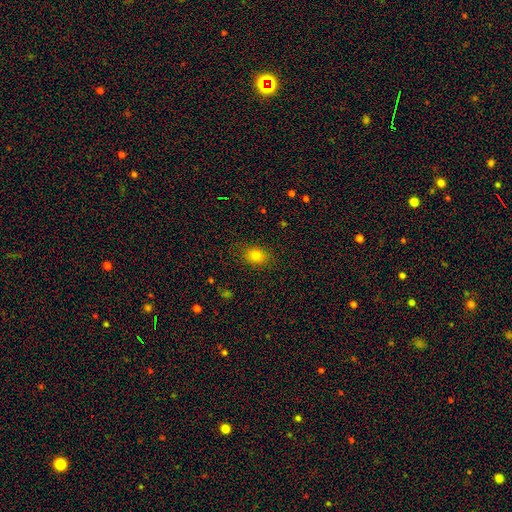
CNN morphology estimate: Smooth or featured? Predicted: smooth (p=0.80). How rounded? Predicted: in between (p=0.65). Merging? Predicted: none (p=0.84).